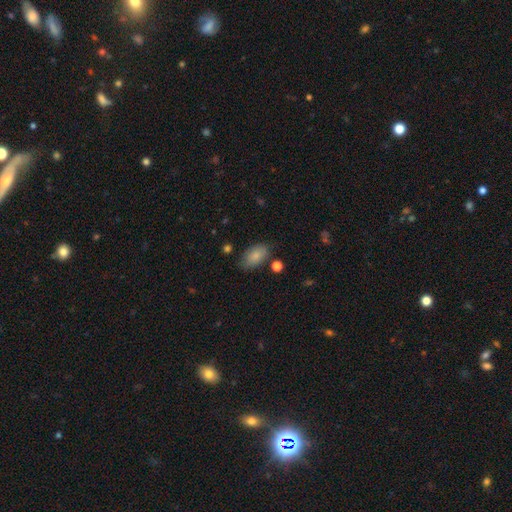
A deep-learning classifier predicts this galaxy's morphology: smooth-or-featured: smooth: 85% | star or artifact: 7% | featured or disk: 7%
  how-rounded: in between: 92% | round: 6% | cigar-shaped: 2%
  merging: none: 76% | minor disturbance: 16% | major disturbance: 4% | merger: 3%